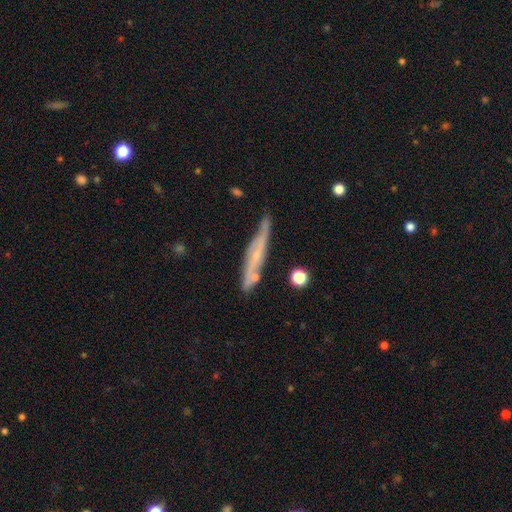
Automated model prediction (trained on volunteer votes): This is likely a featured or disk galaxy (65%). It is likely viewed edge-on (68%). Merging: likely none (68%).